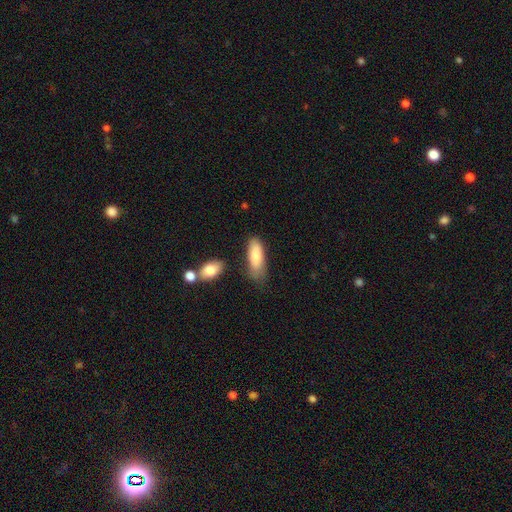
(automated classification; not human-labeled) smooth_or_featured: smooth (p=0.84) [alt: featured or disk p=0.10]
how_rounded: in between (p=0.68) [alt: cigar-shaped p=0.30]
merging: none (p=0.61) [alt: minor disturbance p=0.26]